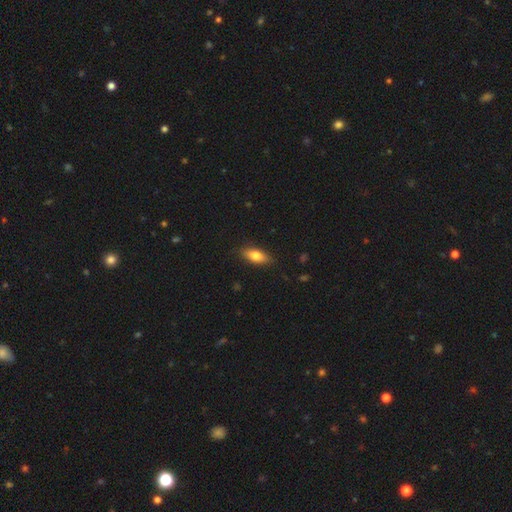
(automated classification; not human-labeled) The model was most divided on "how rounded": in between: 75%, cigar-shaped: 22%, round: 3%. More confident: merging — none (85%); smooth or featured — smooth (74%).